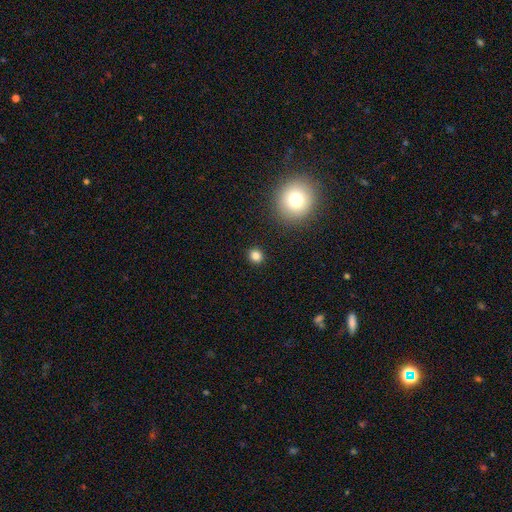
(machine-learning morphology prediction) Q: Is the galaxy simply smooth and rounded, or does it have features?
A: smooth — 82%.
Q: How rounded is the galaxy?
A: round — 85%.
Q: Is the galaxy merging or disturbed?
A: none — 90%.